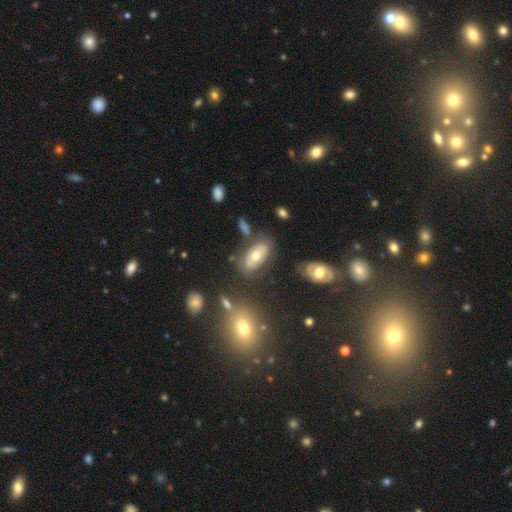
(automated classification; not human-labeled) A featured or disk galaxy (46%). Merging: none (70%).